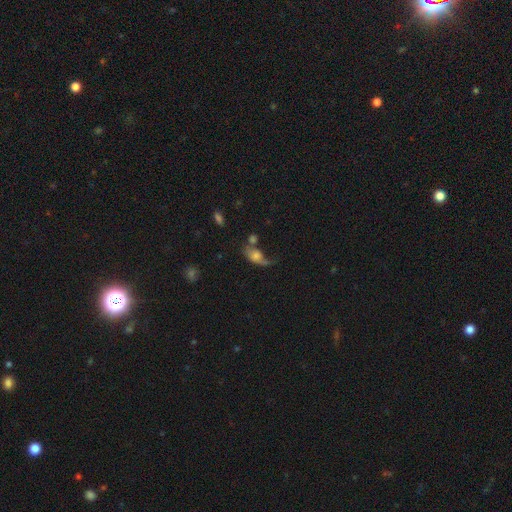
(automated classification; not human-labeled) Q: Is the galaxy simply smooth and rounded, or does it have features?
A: smooth — 58%.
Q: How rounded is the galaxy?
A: in between — 77%.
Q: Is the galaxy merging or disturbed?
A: major disturbance — 35%.